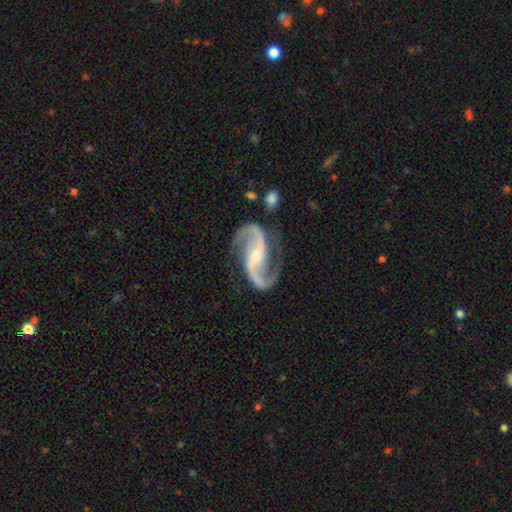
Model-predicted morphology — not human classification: A featured or disk galaxy (94%) with a weak bar (34%), 2 (94%) loose (46%) spiral arms (98%) and a small central bulge (59%).

Vote fractions:
- Smooth or featured? featured or disk: 94% / star or artifact: 4% / smooth: 2%
- Edge-on disk? no: 98% / yes: 2%
- Bar? weak: 34% / no: 33% / strong: 33%
- Spiral arms? yes: 98% / no: 2%
- Spiral winding? loose: 46% / medium: 45% / tight: 9%
- Spiral arm count? 2: 94% / 3: 1% / can't tell: 1% / 1: 1% / 4: 1% / more than 4: 1%
- Bulge size? small: 59% / moderate: 37% / large: 2% / none: 2% / dominant: 1%
- Merging? none: 80% / minor disturbance: 13% / major disturbance: 5% / merger: 2%